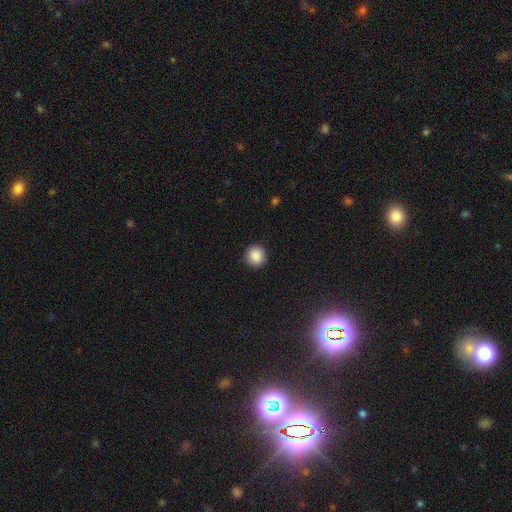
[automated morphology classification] Smooth or featured?
  - smooth: 88% *
  - star or artifact: 9%
  - featured or disk: 3%
How rounded?
  - round: 94% *
  - in between: 5%
  - cigar-shaped: 1%
Merging?
  - none: 92% *
  - minor disturbance: 5%
  - major disturbance: 2%
  - merger: 1%